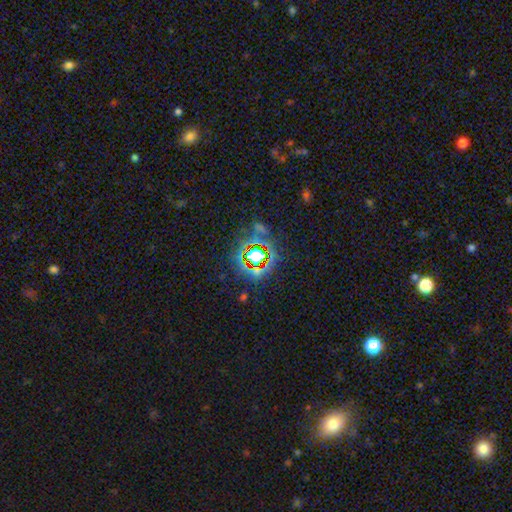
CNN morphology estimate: A star or artifact, not a galaxy (68%).

Vote fractions:
- Smooth or featured? star or artifact: 68% / smooth: 20% / featured or disk: 12%